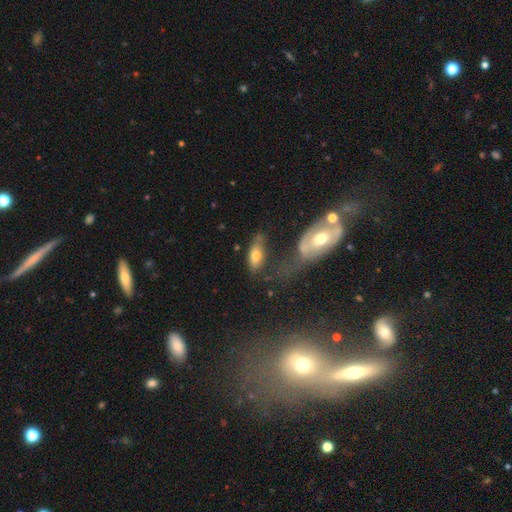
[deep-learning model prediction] Smooth or featured?
  - smooth: 68% *
  - featured or disk: 24%
  - star or artifact: 8%
How rounded?
  - in between: 83% *
  - cigar-shaped: 13%
  - round: 4%
Merging?
  - none: 44% *
  - minor disturbance: 23%
  - merger: 18%
  - major disturbance: 16%